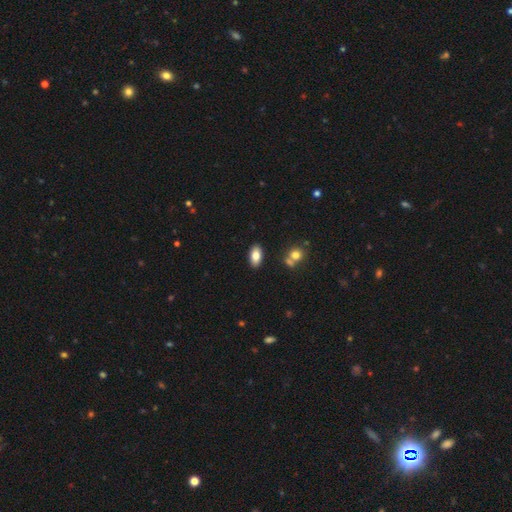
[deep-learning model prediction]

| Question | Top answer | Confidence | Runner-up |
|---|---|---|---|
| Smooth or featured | smooth | 81% | featured or disk (12%) |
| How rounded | in between | 92% | cigar-shaped (4%) |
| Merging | none | 87% | minor disturbance (8%) |